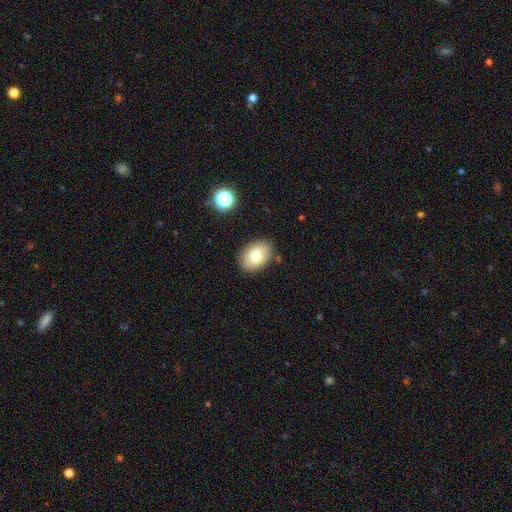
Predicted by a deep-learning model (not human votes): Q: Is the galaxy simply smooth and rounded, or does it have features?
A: smooth — 76%.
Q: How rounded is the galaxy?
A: in between — 80%.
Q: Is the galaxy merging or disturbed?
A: none — 85%.